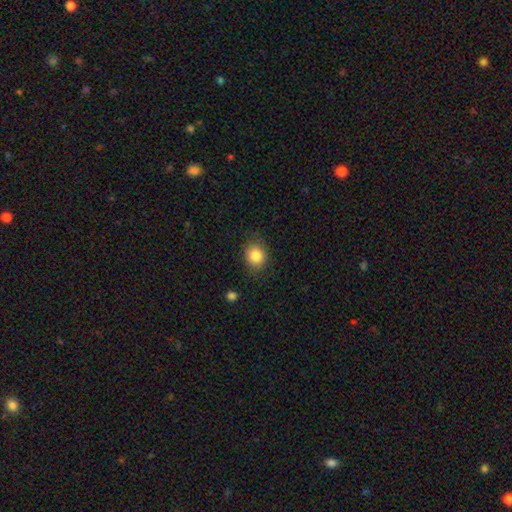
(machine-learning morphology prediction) Overall: smooth (84%). How rounded: round (70%). Merging: none (82%).